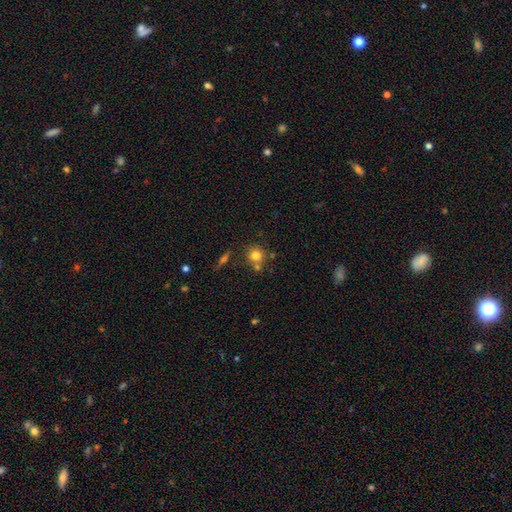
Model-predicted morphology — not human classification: A smooth galaxy with no disk features (78%) that is round (89%).

Vote fractions:
- Smooth or featured? smooth: 78% / star or artifact: 12% / featured or disk: 10%
- How rounded? round: 89% / in between: 10% / cigar-shaped: 1%
- Merging? none: 66% / merger: 20% / minor disturbance: 10% / major disturbance: 4%